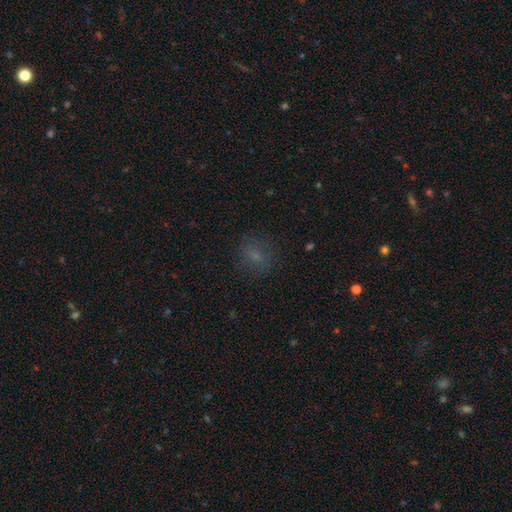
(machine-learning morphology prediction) Q: Smooth or featured?
A: smooth (65%); runner-up: star or artifact (21%)
Q: How rounded?
A: round (60%); runner-up: in between (38%)
Q: Merging?
A: none (79%); runner-up: minor disturbance (13%)